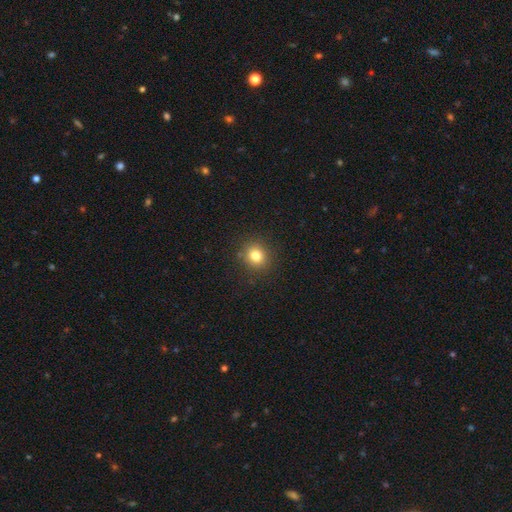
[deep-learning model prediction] smooth 80%, star or artifact 13%, featured or disk 7%. Down the decision tree: how rounded — round (85%); merging — none (89%).